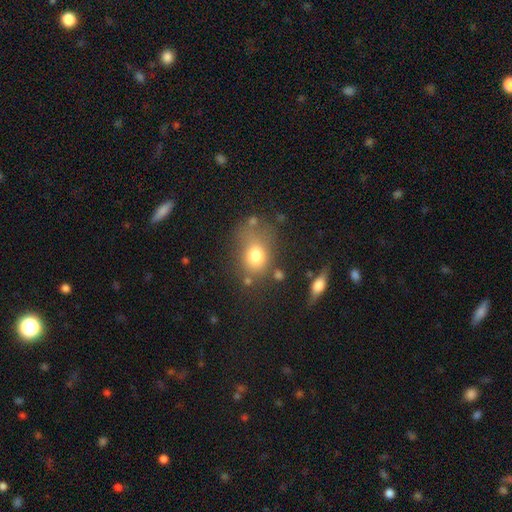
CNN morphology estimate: smooth_or_featured: smooth (p=0.74) [alt: featured or disk p=0.14]
how_rounded: in between (p=0.56) [alt: round p=0.42]
merging: none (p=0.45) [alt: minor disturbance p=0.23]